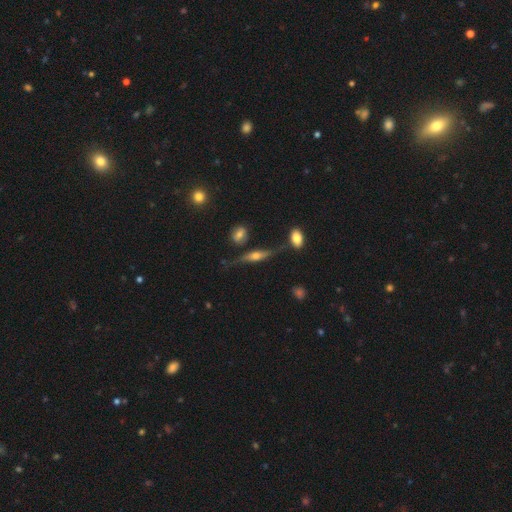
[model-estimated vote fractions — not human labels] This is likely a featured or disk galaxy (65%). It is clearly viewed edge-on (89%). Edge-on bulge: clearly rounded (90%). Merging: likely none (67%).